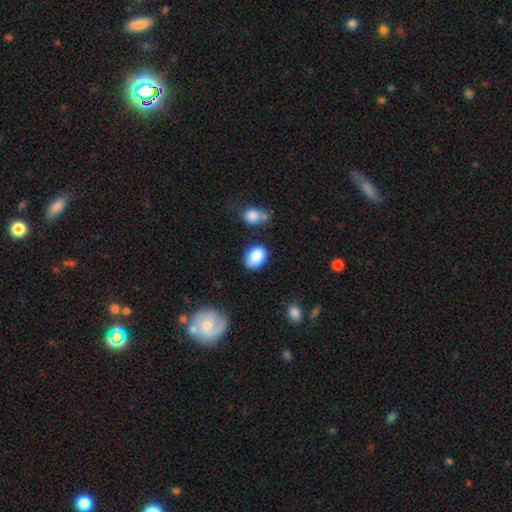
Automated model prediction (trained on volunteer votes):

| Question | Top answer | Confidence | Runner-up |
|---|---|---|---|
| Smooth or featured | smooth | 86% | star or artifact (7%) |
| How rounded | in between | 73% | round (26%) |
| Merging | none | 71% | minor disturbance (19%) |